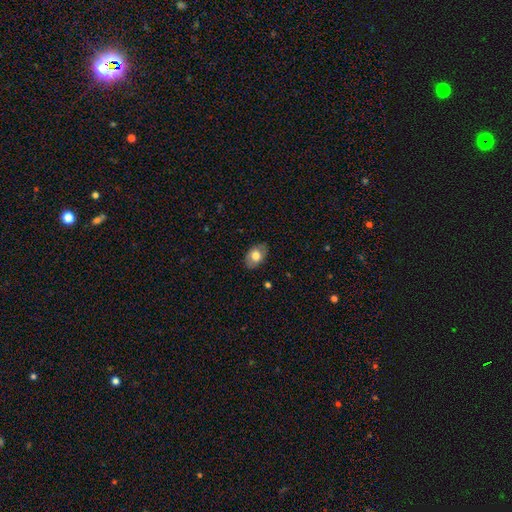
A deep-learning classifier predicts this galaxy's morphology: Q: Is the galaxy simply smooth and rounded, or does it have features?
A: smooth — 72%.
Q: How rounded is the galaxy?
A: in between — 85%.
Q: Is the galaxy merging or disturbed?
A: none — 82%.